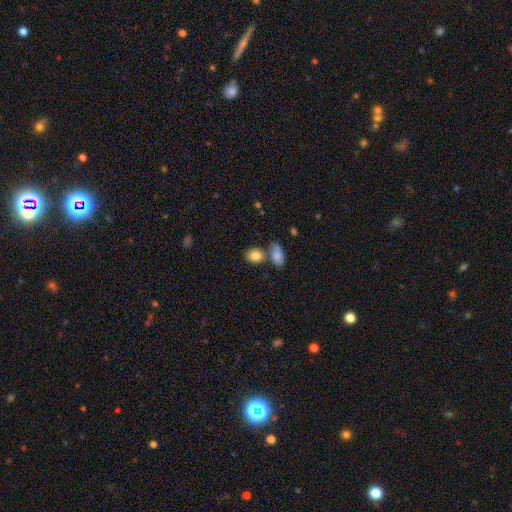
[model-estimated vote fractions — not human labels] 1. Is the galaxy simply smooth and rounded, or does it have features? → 84% smooth, 8% star or artifact, 8% featured or disk.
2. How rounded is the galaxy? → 64% in between, 34% round, 2% cigar-shaped.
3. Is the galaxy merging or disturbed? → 56% none, 26% merger, 13% minor disturbance, 4% major disturbance.